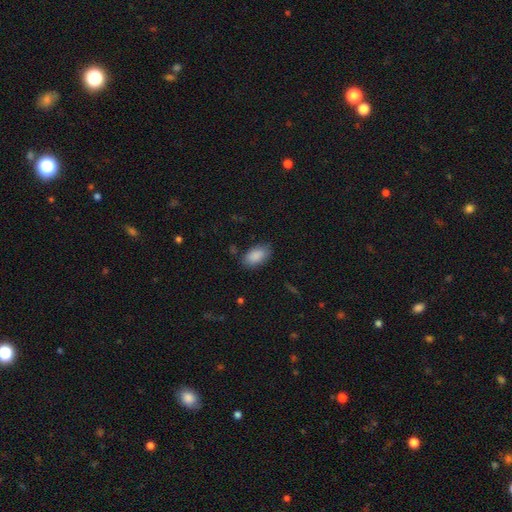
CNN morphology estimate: This appears to be a smooth galaxy with no disk features (89%) that is in between round and cigar-shaped (92%). Merging: none (79%).